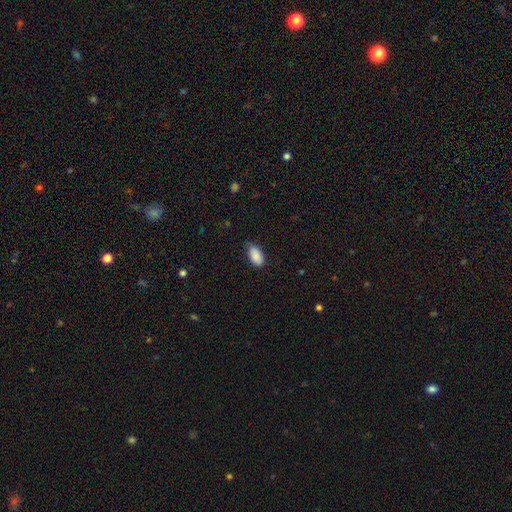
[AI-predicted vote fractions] smooth 87%, star or artifact 7%, featured or disk 6%. Down the decision tree: how rounded — in between (95%); merging — none (64%).